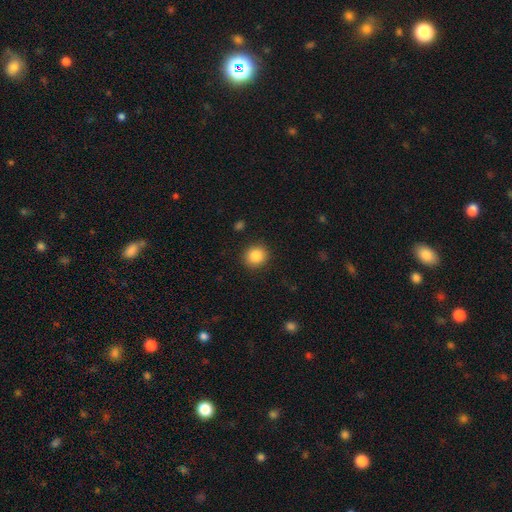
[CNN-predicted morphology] This is clearly a smooth galaxy (87%). How rounded: clearly round (87%). Merging: clearly none (90%).